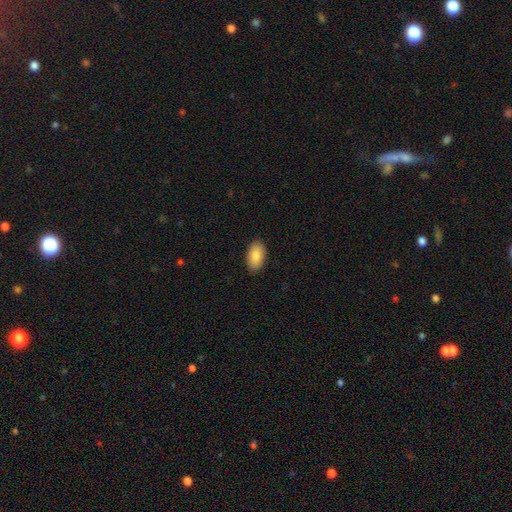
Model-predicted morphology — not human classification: This is clearly a smooth galaxy (85%). How rounded: clearly in between (94%). Merging: clearly none (89%).